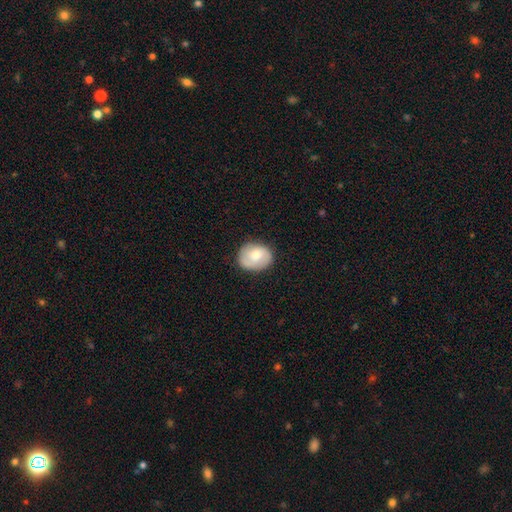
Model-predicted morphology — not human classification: This appears to be a smooth galaxy with no disk features (59%) that is round (57%). Merging: none (77%).